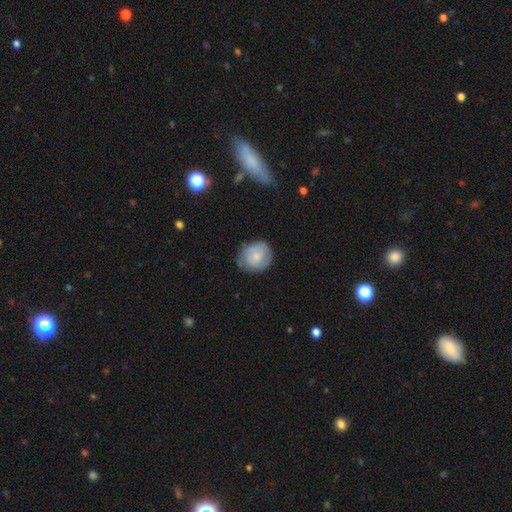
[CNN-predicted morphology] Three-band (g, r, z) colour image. It shows a smooth galaxy with no disk features (65%) that is round (76%). Merging: none (70%).